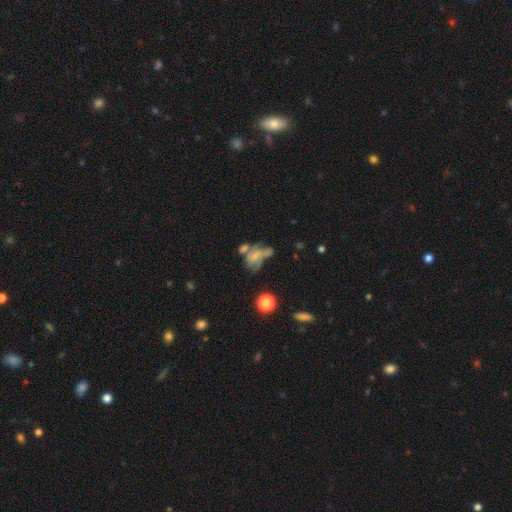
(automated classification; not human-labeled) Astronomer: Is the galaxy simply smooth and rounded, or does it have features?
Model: featured or disk — 47% (runner-up: smooth, 39%).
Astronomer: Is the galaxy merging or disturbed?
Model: merger — 37% (runner-up: major disturbance, 27%).